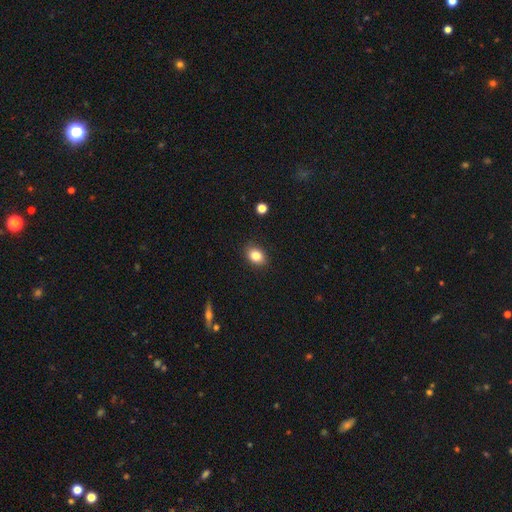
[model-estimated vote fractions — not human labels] Overall: smooth (84%). How rounded: in between (66%; round 33%). Merging: none (87%).